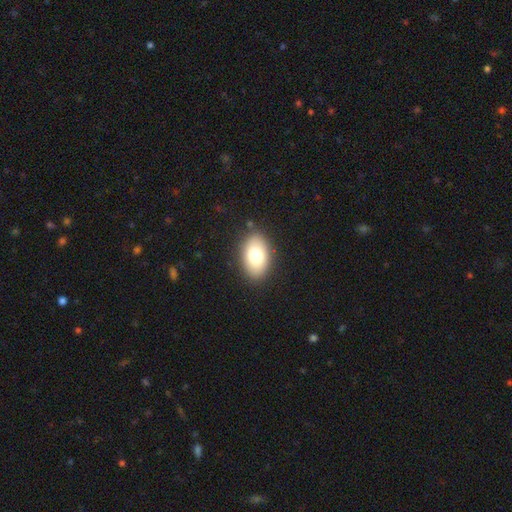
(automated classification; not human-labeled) smooth 78%, featured or disk 15%, star or artifact 7%. Down the decision tree: how rounded — in between (91%); merging — none (86%).